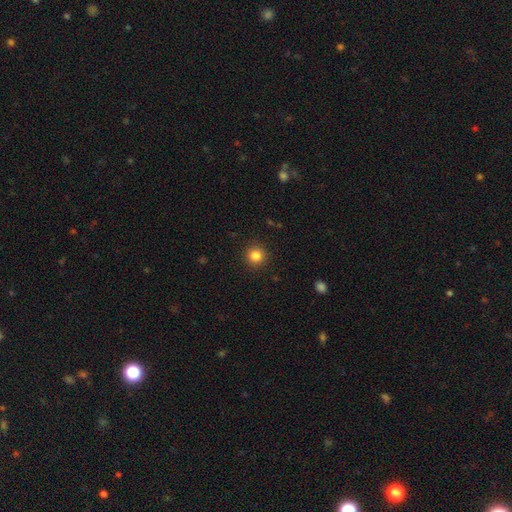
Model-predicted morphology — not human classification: type=smooth (83%); roundness=round (95%); merging=none (92%).